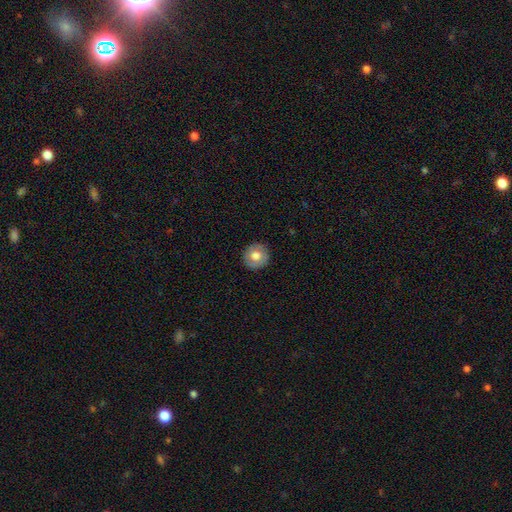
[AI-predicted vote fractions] Smooth or featured: smooth — 71% (featured or disk — 21%)
How rounded: round — 92% (in between — 7%)
Merging: none — 90% (minor disturbance — 7%)